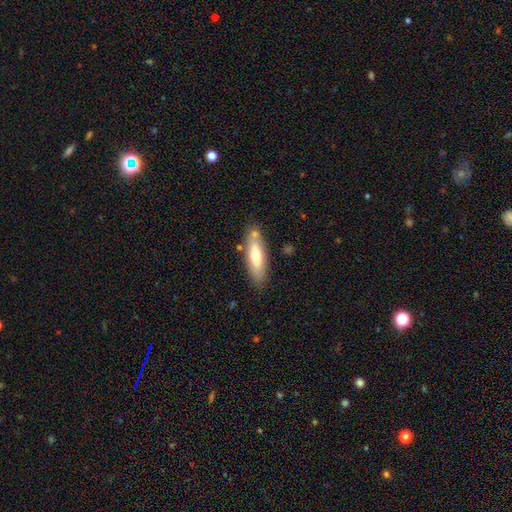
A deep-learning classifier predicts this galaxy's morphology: smooth 56%, featured or disk 38%, star or artifact 6%. Down the decision tree: how rounded — in between (50%); merging — none (76%).